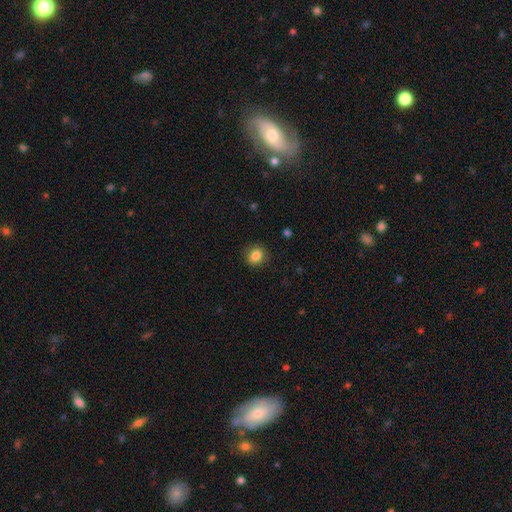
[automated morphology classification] Overall: smooth (85%). How rounded: round (67%; in between 32%). Merging: none (87%).